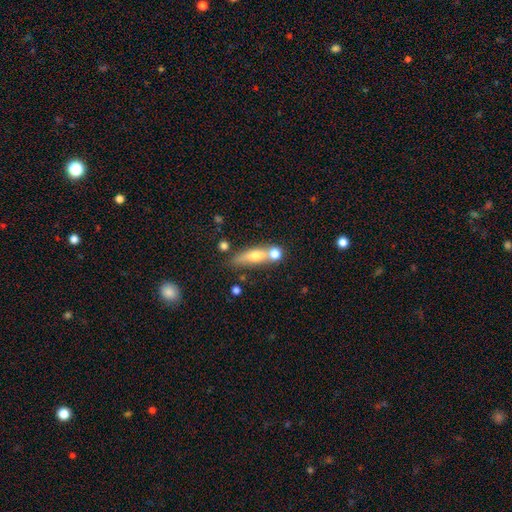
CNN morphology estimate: A smooth galaxy with no disk features (58%) that is cigar-shaped (50%).

Vote fractions:
- Smooth or featured? smooth: 58% / featured or disk: 33% / star or artifact: 9%
- How rounded? cigar-shaped: 50% / in between: 39% / round: 11%
- Merging? none: 47% / merger: 33% / minor disturbance: 14% / major disturbance: 7%